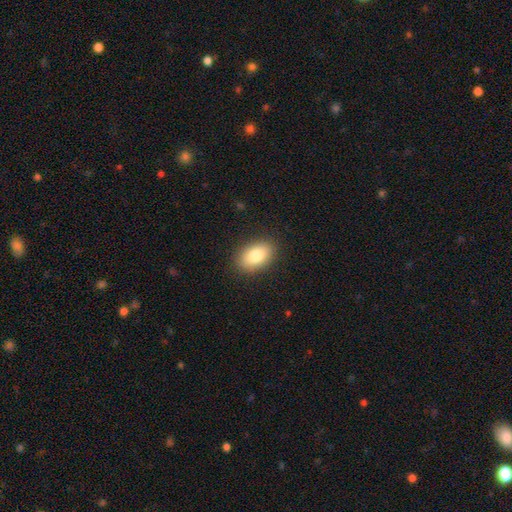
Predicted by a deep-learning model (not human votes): Smooth or featured? smooth (82%)
How rounded? in between (90%)
Merging? none (87%)